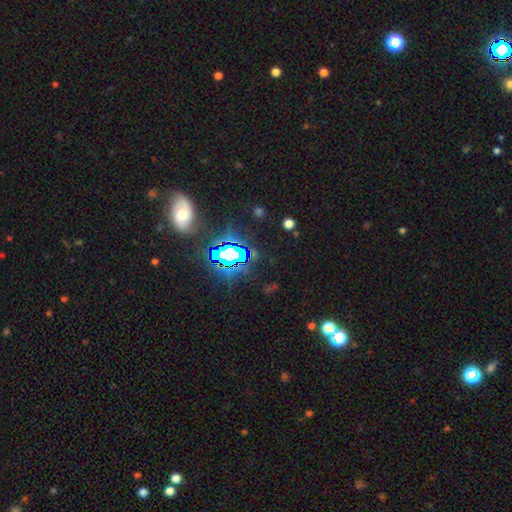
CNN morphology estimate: This appears to be a star or artifact, not a galaxy (70%).